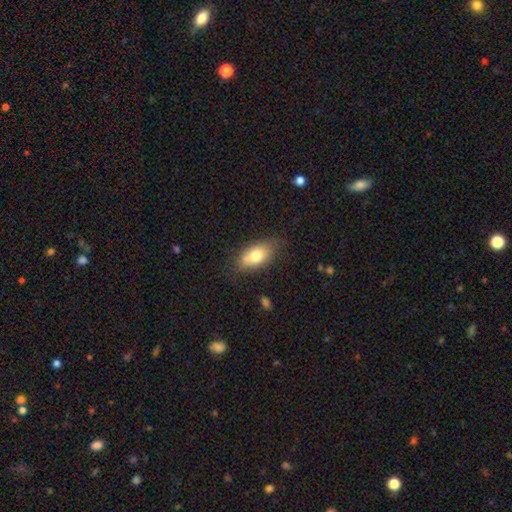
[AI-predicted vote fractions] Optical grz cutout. It shows a smooth galaxy with no disk features (74%) that is in between round and cigar-shaped (88%). Merging: none (71%).